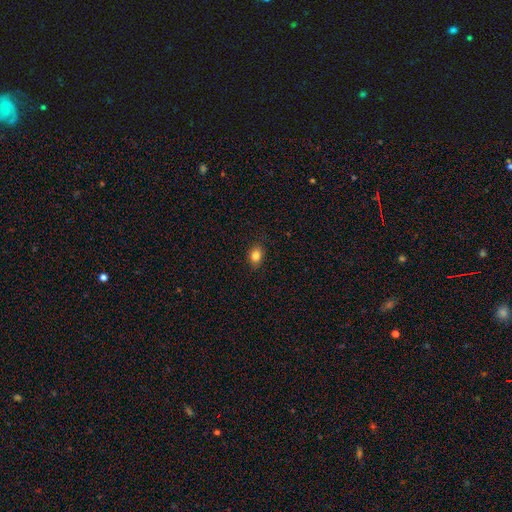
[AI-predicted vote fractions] Smooth or featured?
  - smooth: 84% *
  - star or artifact: 10%
  - featured or disk: 6%
How rounded?
  - in between: 66% *
  - round: 33%
  - cigar-shaped: 1%
Merging?
  - none: 87% *
  - minor disturbance: 10%
  - major disturbance: 2%
  - merger: 1%